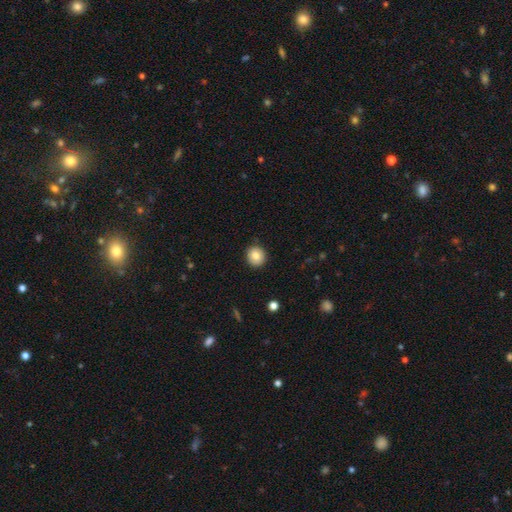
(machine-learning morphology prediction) The model was most divided on "smooth or featured": smooth: 82%, featured or disk: 9%, star or artifact: 9%. More confident: how rounded — round (91%); merging — none (90%).